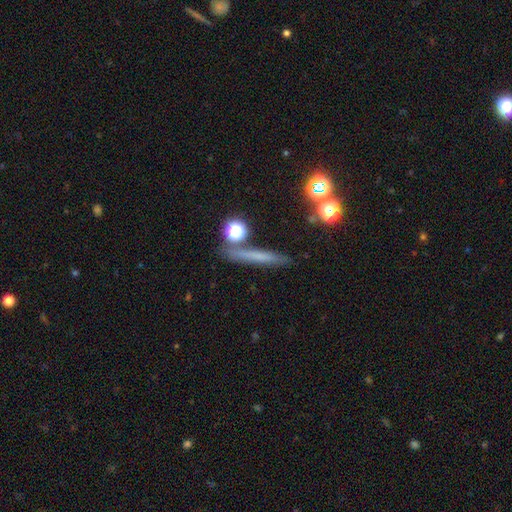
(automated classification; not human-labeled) smooth_or_featured: smooth (p=0.54) [alt: featured or disk p=0.32]
how_rounded: cigar-shaped (p=0.84) [alt: round p=0.09]
merging: none (p=0.79) [alt: minor disturbance p=0.11]